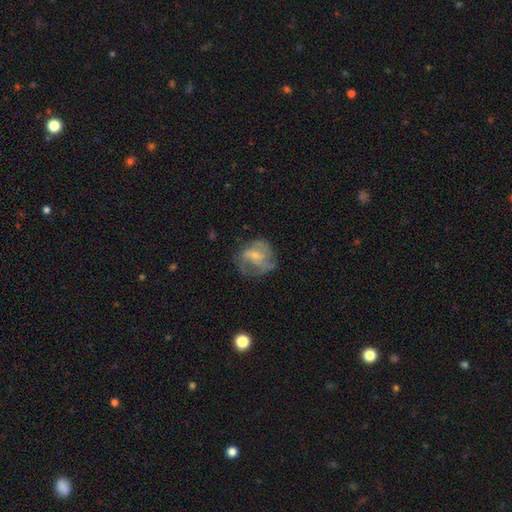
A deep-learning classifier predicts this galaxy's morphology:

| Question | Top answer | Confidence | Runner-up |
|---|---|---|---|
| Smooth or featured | featured or disk | 61% | smooth (30%) |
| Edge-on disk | no | 98% | yes (2%) |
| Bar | no | 46% | weak (43%) |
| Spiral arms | yes | 71% | no (29%) |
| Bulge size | small | 58% | moderate (26%) |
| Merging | none | 51% | major disturbance (24%) |